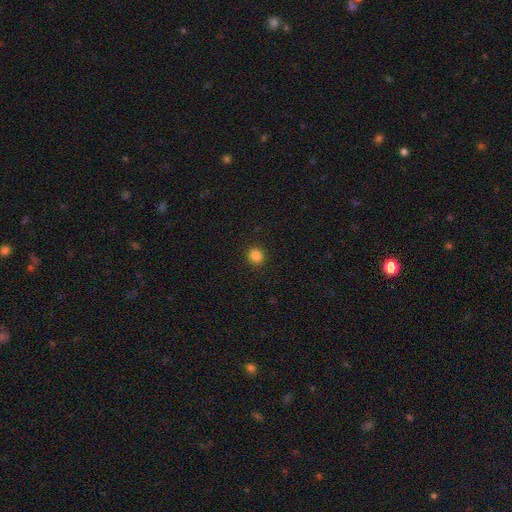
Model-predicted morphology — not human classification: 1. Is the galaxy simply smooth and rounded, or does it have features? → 85% smooth, 12% star or artifact, 4% featured or disk.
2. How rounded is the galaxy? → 88% round, 11% in between, 1% cigar-shaped.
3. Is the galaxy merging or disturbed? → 92% none, 5% minor disturbance, 2% major disturbance, 1% merger.